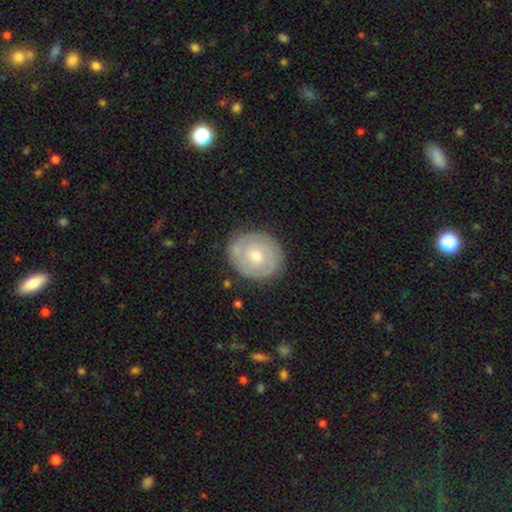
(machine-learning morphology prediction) Smooth or featured: featured or disk — 60% (smooth — 34%)
Edge-on disk: no — 97% (yes — 3%)
Bar: no — 75% (weak — 21%)
Spiral arms: yes — 69% (no — 31%)
Bulge size: moderate — 60% (small — 35%)
Merging: none — 84% (minor disturbance — 12%)